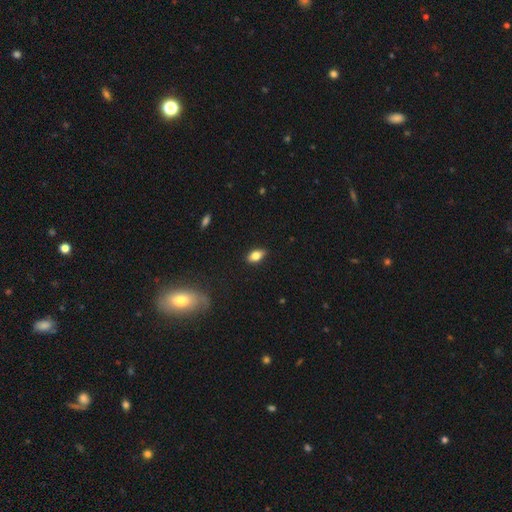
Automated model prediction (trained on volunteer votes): This appears to be a smooth galaxy with no disk features (76%) that is in between round and cigar-shaped (87%). Merging: none (86%).